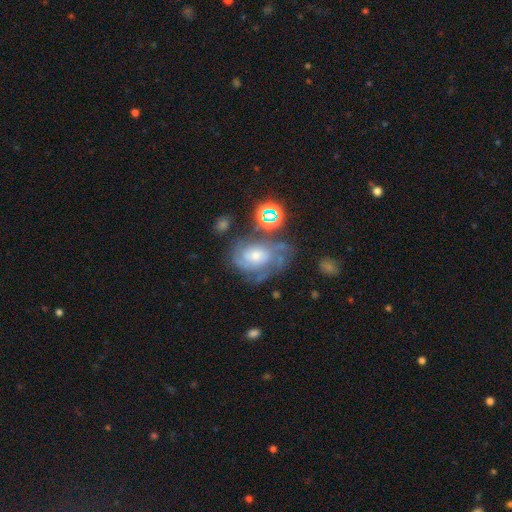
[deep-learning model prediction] Smooth or featured? Predicted: featured or disk (p=0.74). Edge-on disk? Predicted: no (p=0.97). Bar? Predicted: no (p=0.71). Spiral arms? Predicted: yes (p=0.91). Spiral winding? Predicted: tight (p=0.58). Spiral arm count? Predicted: can't tell (p=0.41). Bulge size? Predicted: moderate (p=0.46). Merging? Predicted: none (p=0.51).